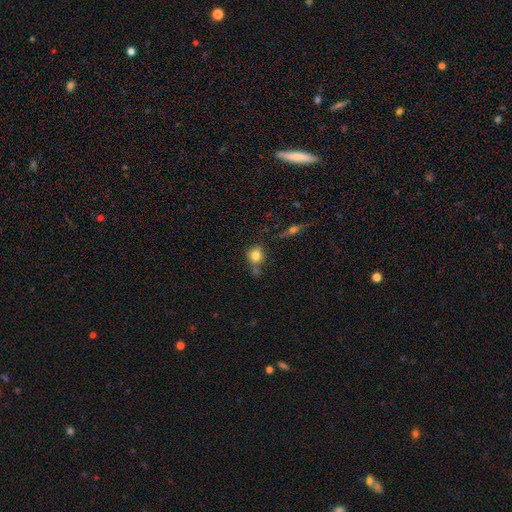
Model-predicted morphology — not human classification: Overall: smooth (80%). How rounded: round (77%). Merging: none (62%).